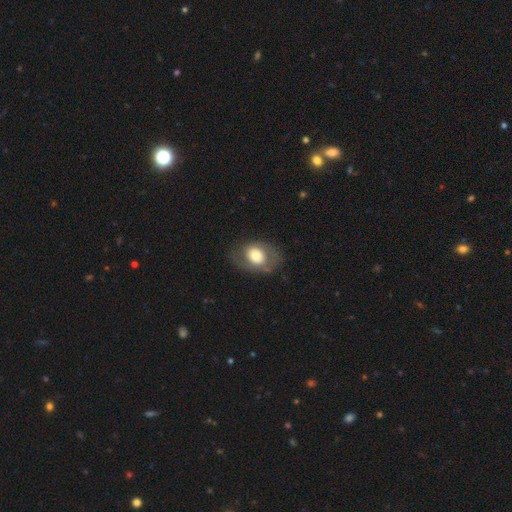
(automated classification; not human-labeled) Smooth or featured: smooth — 59% (featured or disk — 34%)
How rounded: in between — 67% (round — 32%)
Merging: none — 71% (minor disturbance — 17%)